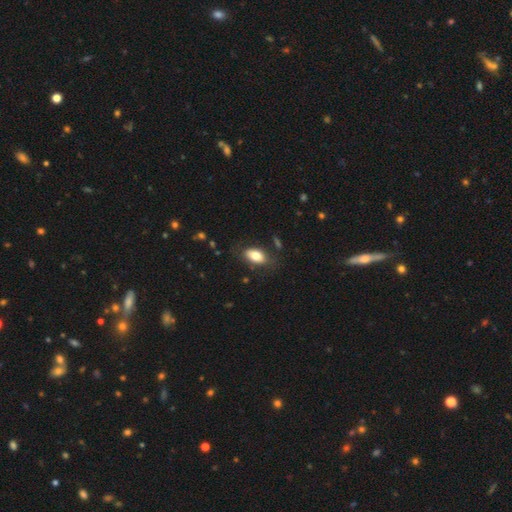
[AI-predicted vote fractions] Overall: smooth (78%). How rounded: in between (91%). Merging: none (78%).